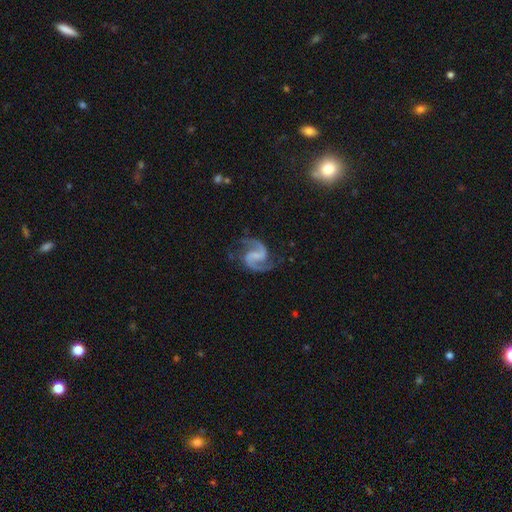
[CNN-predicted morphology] Q: Smooth or featured?
A: featured or disk (93%); runner-up: star or artifact (4%)
Q: Edge-on disk?
A: no (98%); runner-up: yes (2%)
Q: Bar?
A: weak (50%); runner-up: no (28%)
Q: Spiral arms?
A: yes (98%); runner-up: no (2%)
Q: Spiral winding?
A: medium (65%); runner-up: loose (23%)
Q: Spiral arm count?
A: 2 (94%); runner-up: can't tell (1%)
Q: Bulge size?
A: small (48%); runner-up: none (30%)
Q: Merging?
A: none (77%); runner-up: minor disturbance (15%)